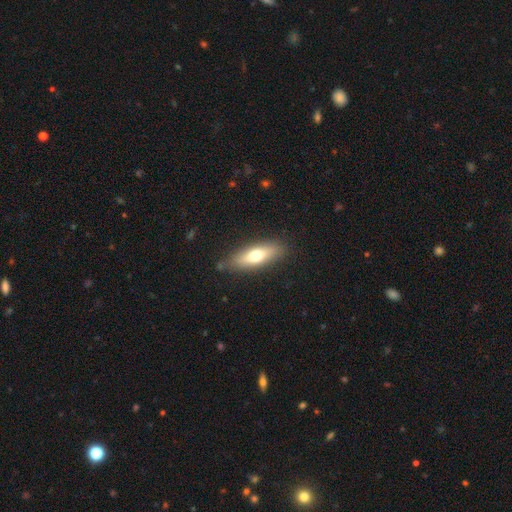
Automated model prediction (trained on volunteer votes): A smooth galaxy with no disk features (64%) that is in between round and cigar-shaped (50%).

Vote fractions:
- Smooth or featured? smooth: 64% / featured or disk: 30% / star or artifact: 6%
- How rounded? in between: 50% / cigar-shaped: 47% / round: 2%
- Merging? none: 83% / minor disturbance: 13% / major disturbance: 3% / merger: 2%